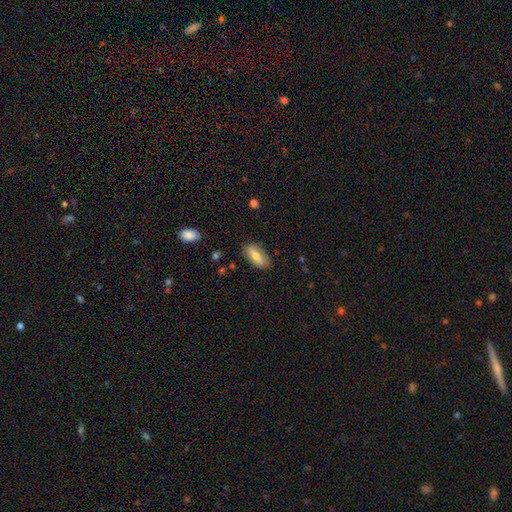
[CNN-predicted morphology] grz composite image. It shows a smooth galaxy with no disk features (68%) that is in between round and cigar-shaped (85%). Merging: none (79%).